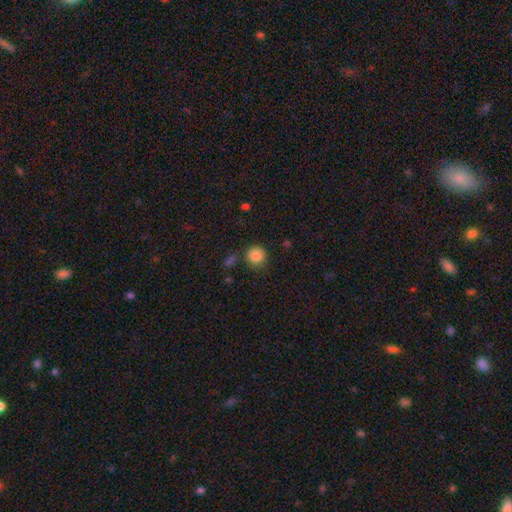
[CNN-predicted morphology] The model was most divided on "merging": none: 80%, minor disturbance: 12%, merger: 4%, major disturbance: 3%. More confident: how rounded — round (91%); smooth or featured — smooth (85%).